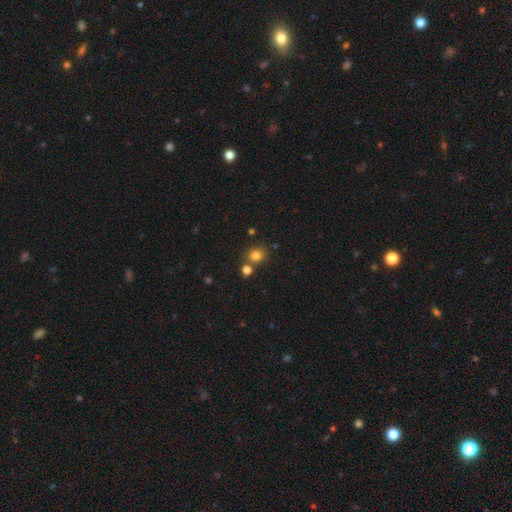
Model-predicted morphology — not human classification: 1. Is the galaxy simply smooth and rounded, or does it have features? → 79% smooth, 14% star or artifact, 6% featured or disk.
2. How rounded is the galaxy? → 69% round, 30% in between, 1% cigar-shaped.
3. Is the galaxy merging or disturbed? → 69% none, 18% merger, 10% minor disturbance, 3% major disturbance.